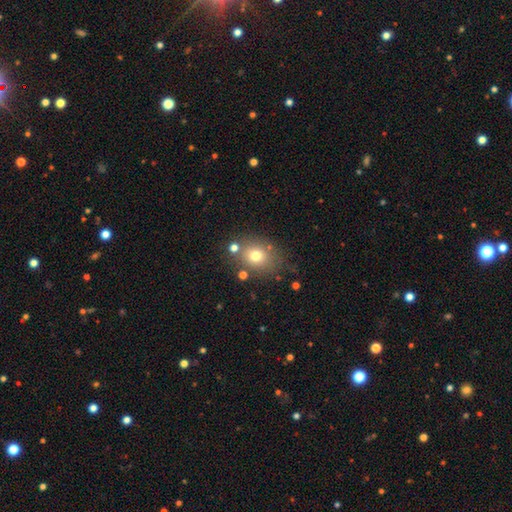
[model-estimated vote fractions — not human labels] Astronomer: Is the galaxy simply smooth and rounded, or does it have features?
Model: smooth — 72%.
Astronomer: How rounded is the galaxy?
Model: round — 53% (runner-up: in between, 46%).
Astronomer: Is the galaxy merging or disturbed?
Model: none — 74%.